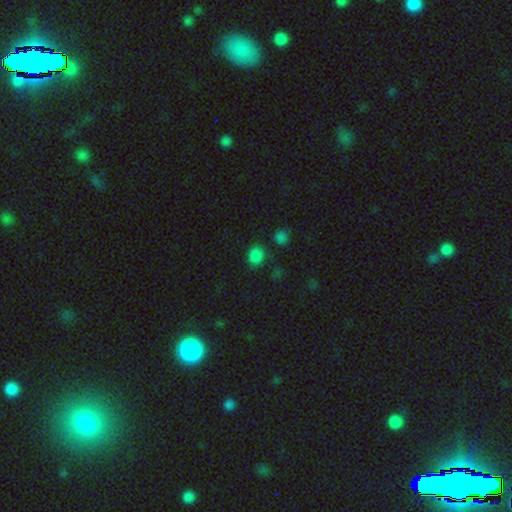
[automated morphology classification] Overall: smooth (79%). How rounded: round (64%; in between 35%). Merging: none (79%).